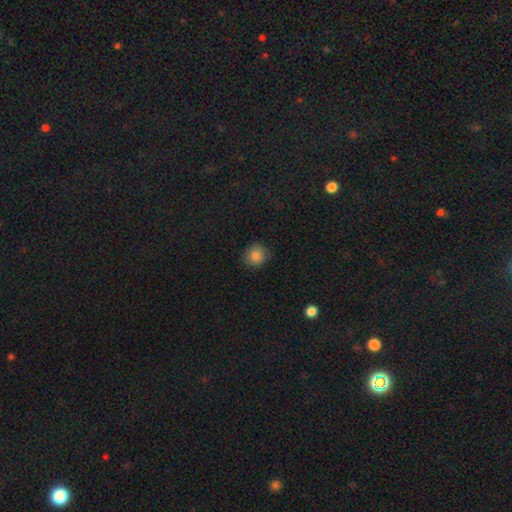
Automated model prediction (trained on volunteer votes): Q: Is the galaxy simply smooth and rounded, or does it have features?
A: smooth — 84%.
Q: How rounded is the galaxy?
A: round — 88%.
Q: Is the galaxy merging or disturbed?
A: none — 85%.